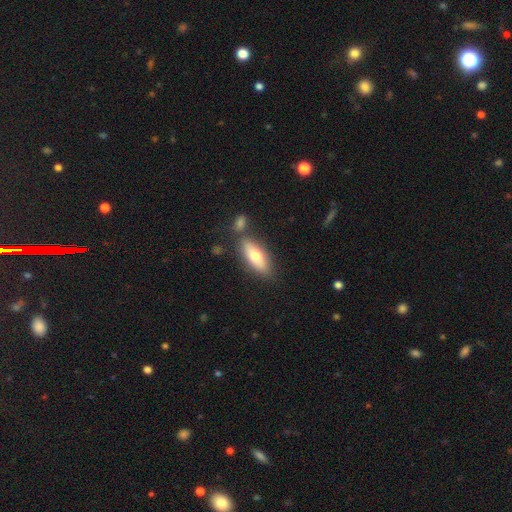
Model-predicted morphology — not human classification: Smooth or featured? Predicted: smooth (p=0.66). How rounded? Predicted: in between (p=0.66). Merging? Predicted: none (p=0.71).